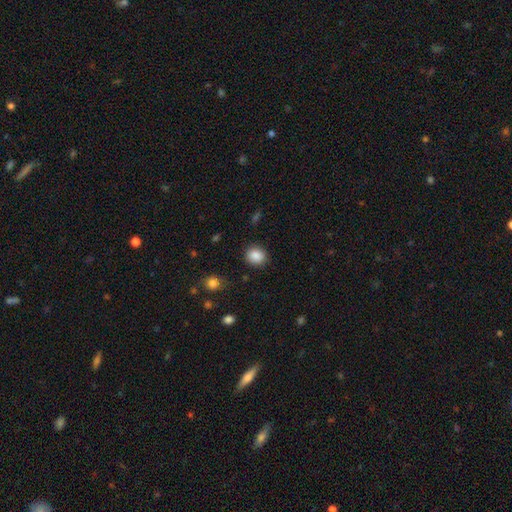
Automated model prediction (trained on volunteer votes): Smooth or featured? Predicted: smooth (p=0.88). How rounded? Predicted: round (p=0.75). Merging? Predicted: none (p=0.88).